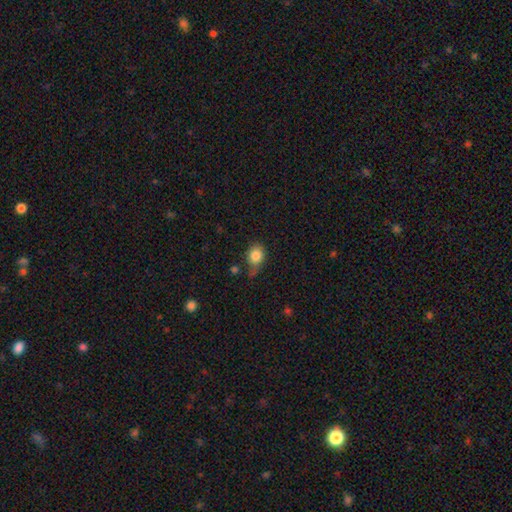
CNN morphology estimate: Overall: smooth (84%). How rounded: round (53%; in between 45%). Merging: none (50%; minor disturbance 31%).